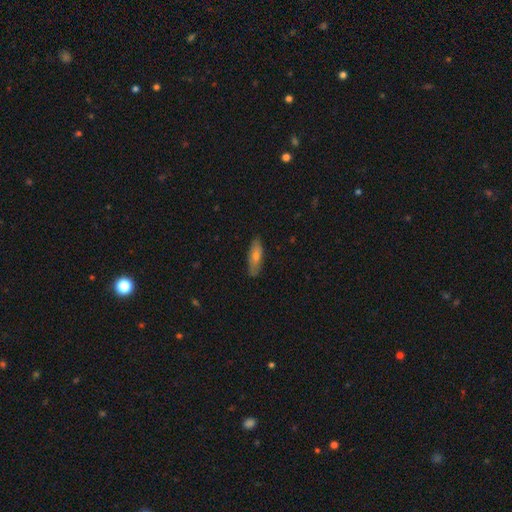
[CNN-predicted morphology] Smooth or featured? smooth (60%)
How rounded? cigar-shaped (52%)
Merging? none (84%)